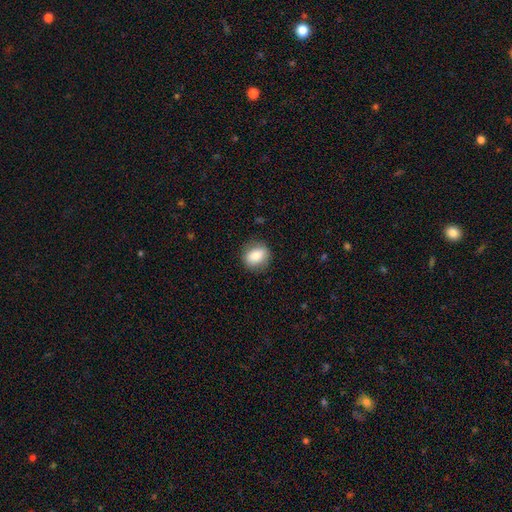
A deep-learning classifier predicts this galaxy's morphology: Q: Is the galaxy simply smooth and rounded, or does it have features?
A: smooth — 80%.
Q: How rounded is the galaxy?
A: round — 56%.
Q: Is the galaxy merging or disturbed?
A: none — 84%.